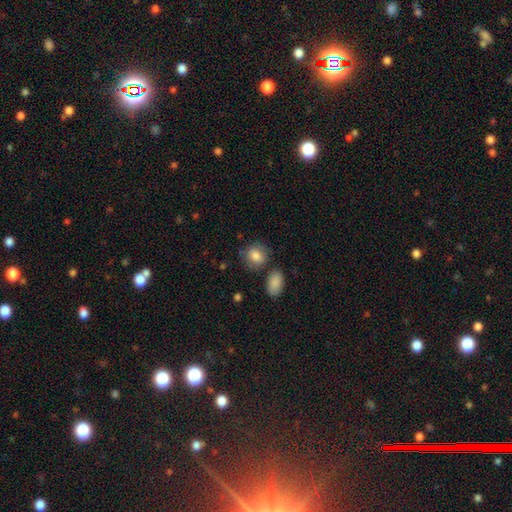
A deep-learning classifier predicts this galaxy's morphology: type=smooth (83%); roundness=round (64%); merging=none (73%).